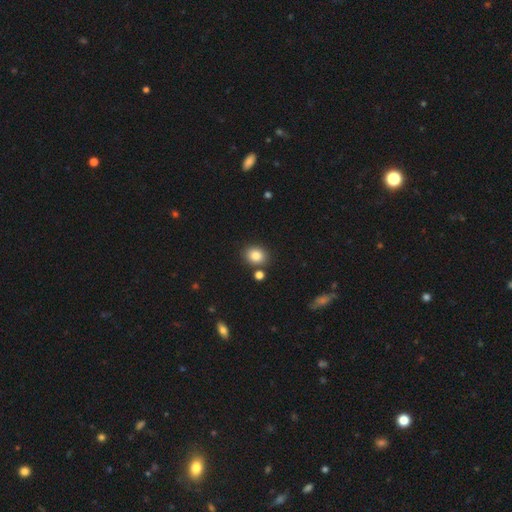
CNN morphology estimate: smooth-or-featured: smooth: 83% | star or artifact: 10% | featured or disk: 7%
  how-rounded: round: 60% | in between: 39% | cigar-shaped: 1%
  merging: none: 81% | minor disturbance: 9% | merger: 7% | major disturbance: 3%